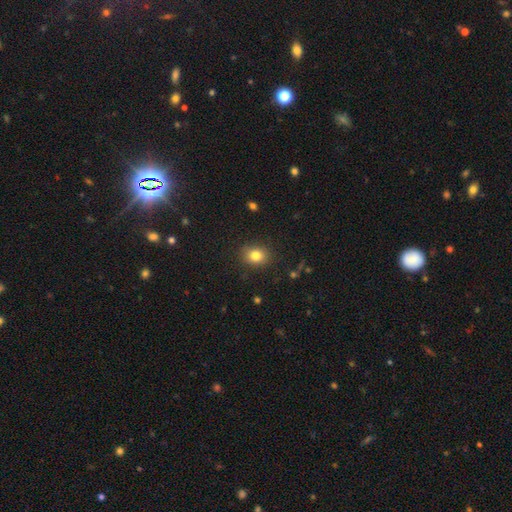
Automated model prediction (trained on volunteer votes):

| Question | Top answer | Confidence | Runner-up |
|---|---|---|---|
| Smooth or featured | smooth | 82% | star or artifact (11%) |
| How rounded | round | 57% | in between (42%) |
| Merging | none | 88% | minor disturbance (9%) |